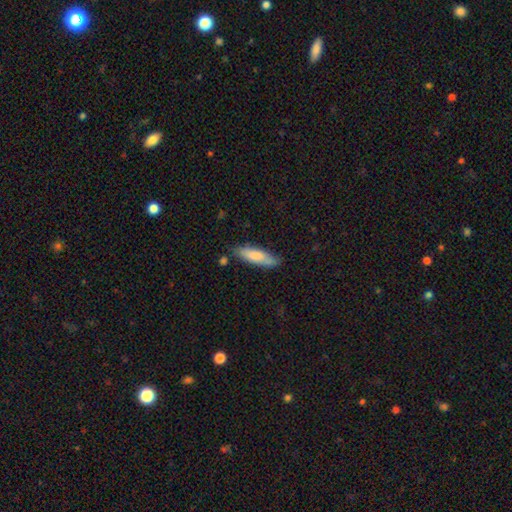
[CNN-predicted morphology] smooth_or_featured: smooth (p=0.77) [alt: featured or disk p=0.18]
how_rounded: cigar-shaped (p=0.58) [alt: in between p=0.41]
merging: none (p=0.74) [alt: minor disturbance p=0.19]